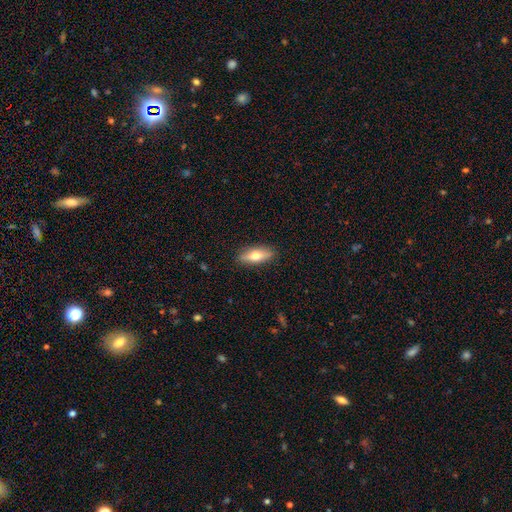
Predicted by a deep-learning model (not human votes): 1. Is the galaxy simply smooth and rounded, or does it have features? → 54% smooth, 40% featured or disk, 6% star or artifact.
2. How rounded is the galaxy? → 58% in between, 39% cigar-shaped, 4% round.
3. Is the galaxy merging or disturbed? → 88% none, 9% minor disturbance, 2% major disturbance, 1% merger.